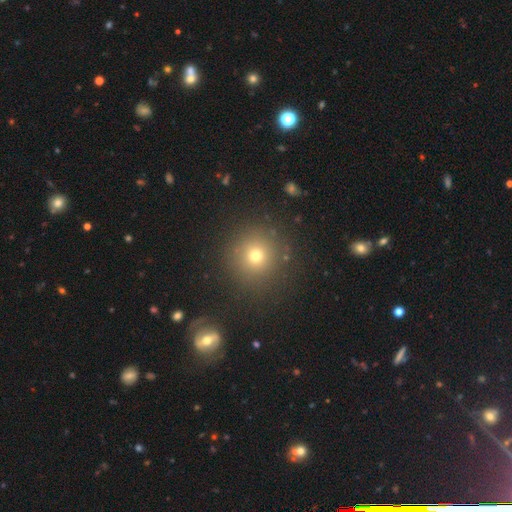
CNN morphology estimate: Smooth or featured?
  - smooth: 72% *
  - star or artifact: 18%
  - featured or disk: 10%
How rounded?
  - round: 93% *
  - in between: 6%
  - cigar-shaped: 1%
Merging?
  - none: 87% *
  - minor disturbance: 7%
  - major disturbance: 3%
  - merger: 3%